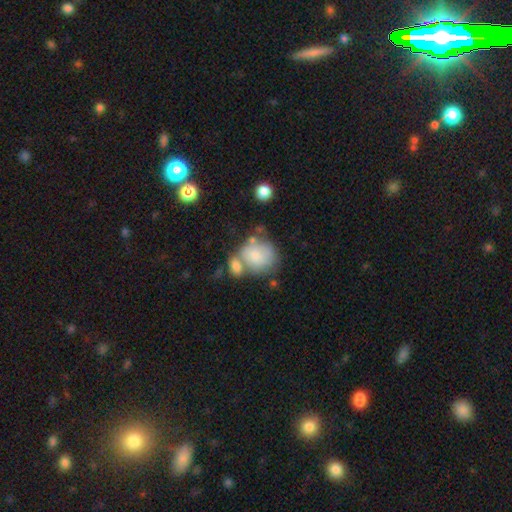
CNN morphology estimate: Overall: smooth (74%). How rounded: round (68%; in between 31%). Merging: merger (40%; none 33%).